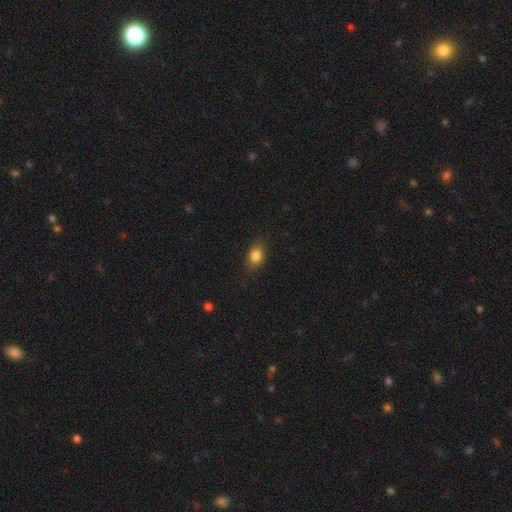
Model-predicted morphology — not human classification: Q: Smooth or featured?
A: smooth (82%); runner-up: star or artifact (10%)
Q: How rounded?
A: in between (72%); runner-up: round (25%)
Q: Merging?
A: none (82%); runner-up: minor disturbance (14%)